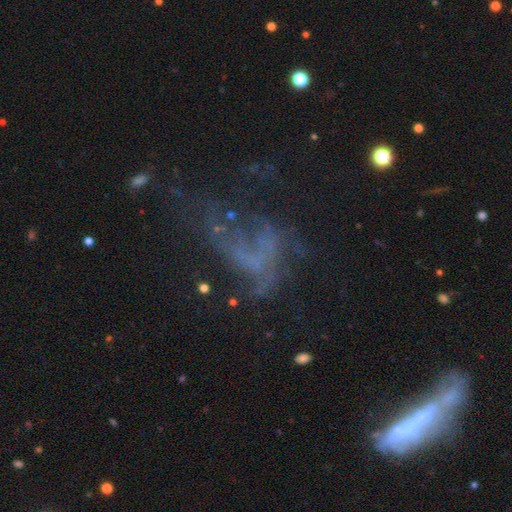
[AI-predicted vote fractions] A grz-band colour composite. It shows a featured or disk galaxy (55%) with no bar (86%), no spiral arms (78%) and no central bulge (83%). Merging: major disturbance (46%).